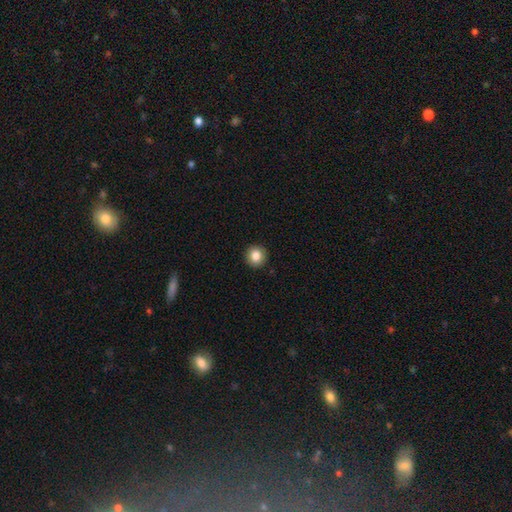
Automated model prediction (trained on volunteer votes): Q: Smooth or featured?
A: smooth (84%); runner-up: star or artifact (9%)
Q: How rounded?
A: round (90%); runner-up: in between (9%)
Q: Merging?
A: none (92%); runner-up: minor disturbance (5%)